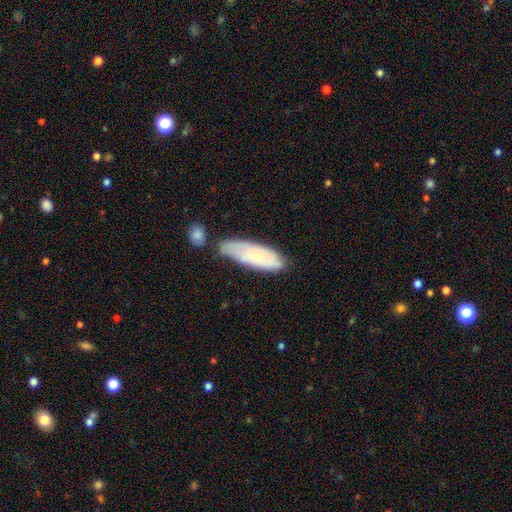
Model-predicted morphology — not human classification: smooth-or-featured: smooth: 64% | featured or disk: 29% | star or artifact: 7%
  how-rounded: in between: 51% | cigar-shaped: 47% | round: 2%
  merging: none: 53% | minor disturbance: 25% | merger: 16% | major disturbance: 6%